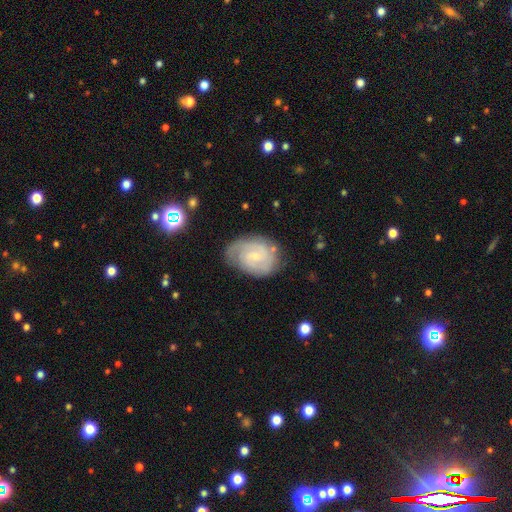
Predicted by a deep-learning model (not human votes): The model was most divided on "bar": weak: 50%, no: 43%, strong: 7%. More confident: edge-on disk — no (97%); spiral arms — yes (94%); smooth or featured — featured or disk (77%); bulge size — small (70%); merging — none (69%); spiral winding — tight (57%); spiral arm count — 2 (55%).